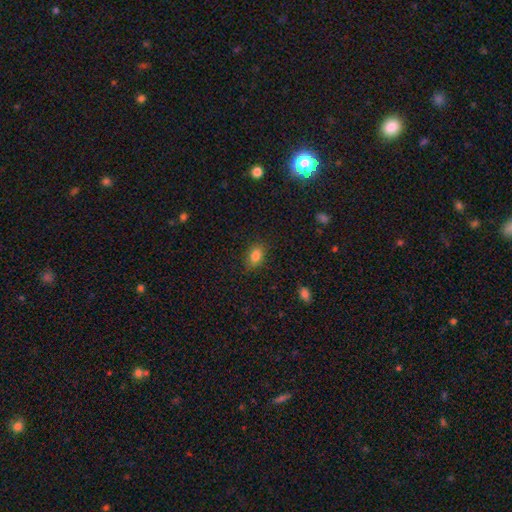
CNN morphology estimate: A smooth galaxy with no disk features (83%) that is in between round and cigar-shaped (80%). Merging: none (84%).